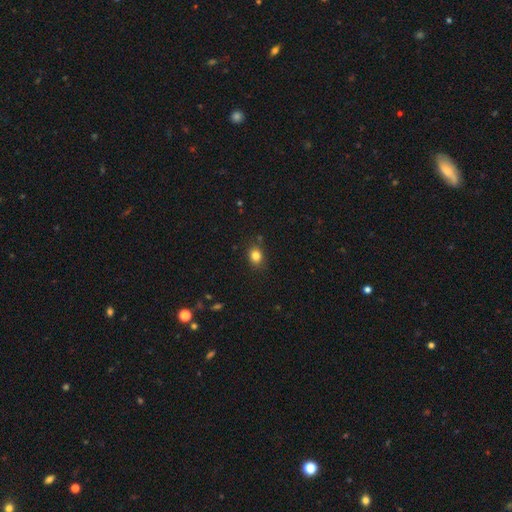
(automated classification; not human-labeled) Smooth or featured?
  - smooth: 83% *
  - star or artifact: 11%
  - featured or disk: 6%
How rounded?
  - round: 51% *
  - in between: 48%
  - cigar-shaped: 1%
Merging?
  - none: 84% *
  - minor disturbance: 12%
  - major disturbance: 3%
  - merger: 2%